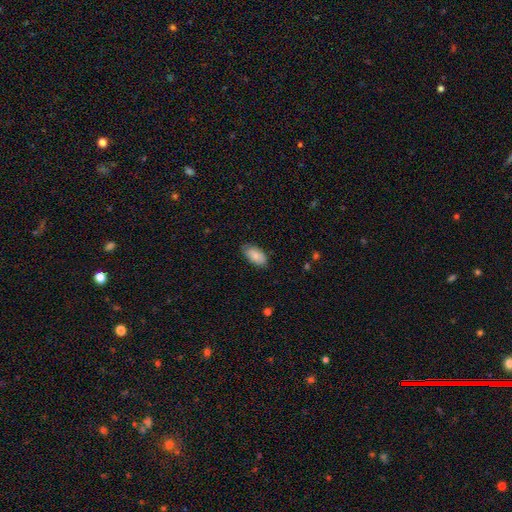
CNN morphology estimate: This appears to be a smooth galaxy with no disk features (80%) that is in between round and cigar-shaped (95%). Merging: none (75%).